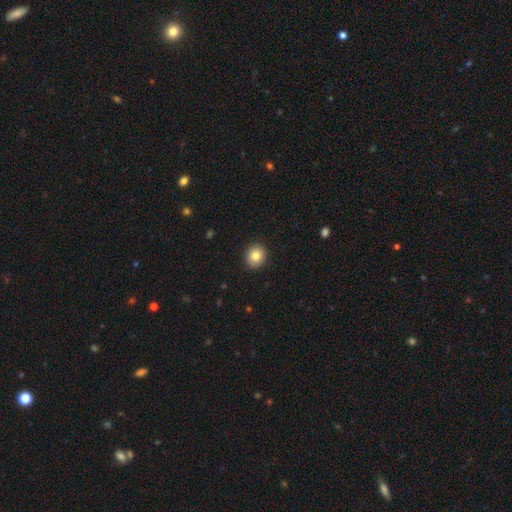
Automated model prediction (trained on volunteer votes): This appears to be a smooth galaxy with no disk features (82%) that is round (83%). Merging: none (92%).